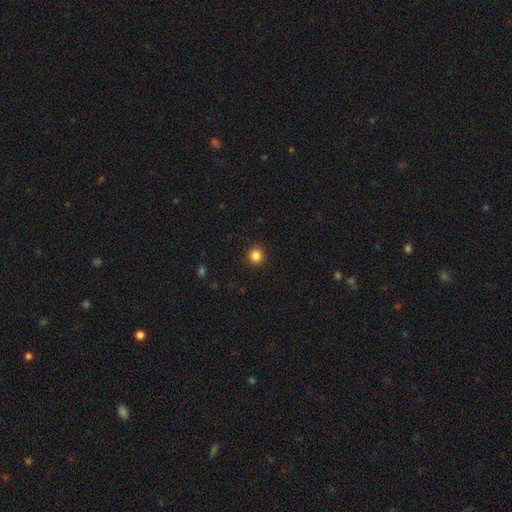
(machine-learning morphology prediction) Smooth or featured: smooth — 85% (star or artifact — 11%)
How rounded: round — 92% (in between — 7%)
Merging: none — 92% (minor disturbance — 6%)